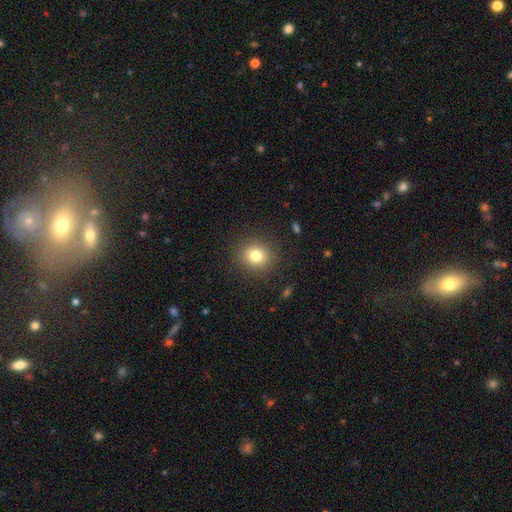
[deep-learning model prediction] Smooth or featured: smooth — 80% (star or artifact — 12%)
How rounded: round — 81% (in between — 18%)
Merging: none — 89% (minor disturbance — 7%)